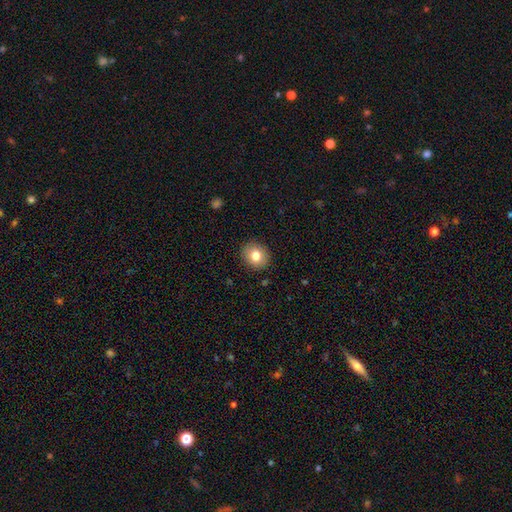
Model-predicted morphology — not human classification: This is likely a smooth galaxy (79%). How rounded: likely round (75%). Merging: clearly none (90%).